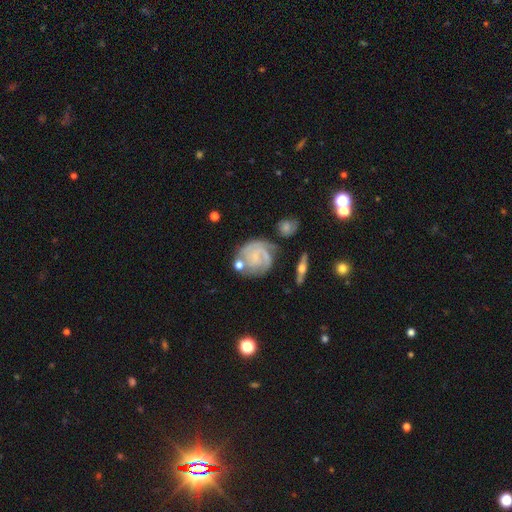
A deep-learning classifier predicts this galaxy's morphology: The model was most divided on "spiral arm count": 2: 35%, can't tell: 26%, 3: 21%, 1: 9%, 4: 5%, more than 4: 3%. More confident: edge-on disk — no (97%); spiral arms — yes (91%); smooth or featured — featured or disk (74%); bar — no (62%); spiral winding — tight (58%); merging — none (56%); bulge size — small (53%).